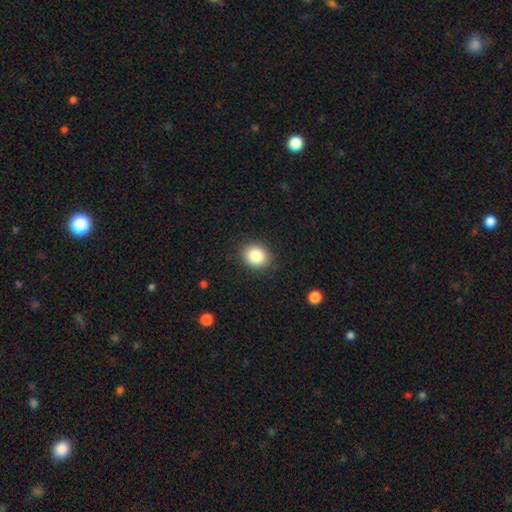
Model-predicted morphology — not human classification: The model was most divided on "how rounded": round: 66%, in between: 33%, cigar-shaped: 1%. More confident: merging — none (88%); smooth or featured — smooth (86%).